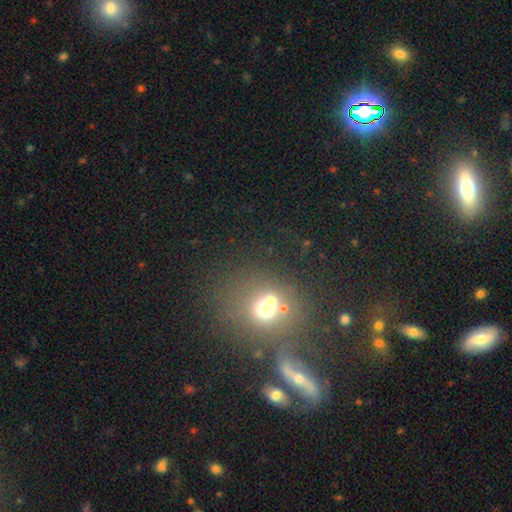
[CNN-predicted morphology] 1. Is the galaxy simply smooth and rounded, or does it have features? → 45% smooth, 38% star or artifact, 17% featured or disk.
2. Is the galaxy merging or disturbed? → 53% none, 27% merger, 12% minor disturbance, 8% major disturbance.